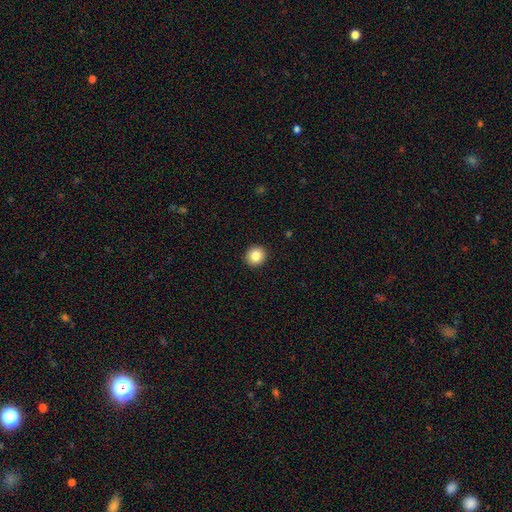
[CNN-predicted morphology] This is clearly a smooth galaxy (84%). How rounded: clearly round (91%). Merging: clearly none (93%).